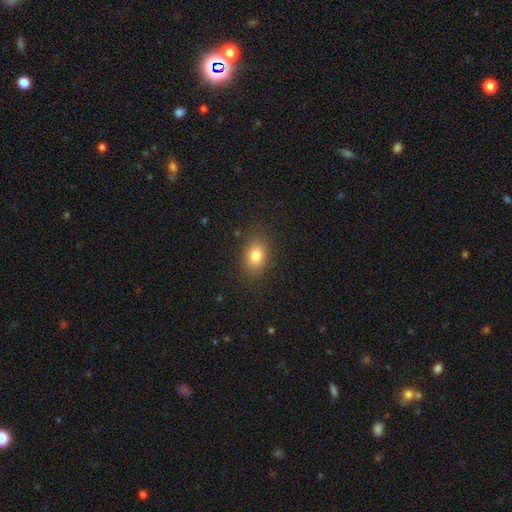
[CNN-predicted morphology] Smooth or featured: smooth — 81% (star or artifact — 10%)
How rounded: in between — 72% (round — 27%)
Merging: none — 85% (minor disturbance — 10%)